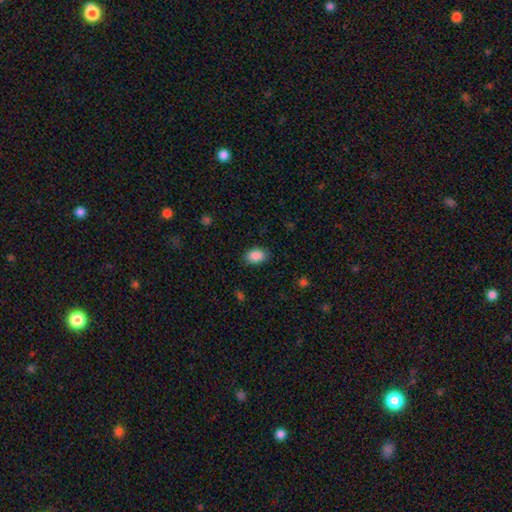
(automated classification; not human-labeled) Smooth or featured? smooth (88%)
How rounded? in between (88%)
Merging? none (85%)